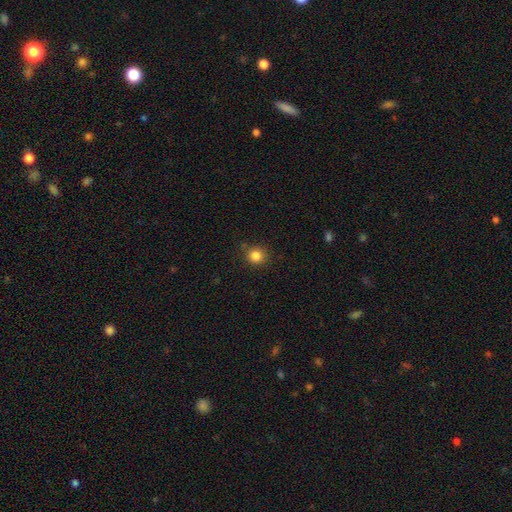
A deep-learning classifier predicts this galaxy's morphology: smooth-or-featured: smooth: 84% | star or artifact: 12% | featured or disk: 4%
  how-rounded: round: 91% | in between: 8% | cigar-shaped: 1%
  merging: none: 83% | minor disturbance: 11% | major disturbance: 3% | merger: 3%